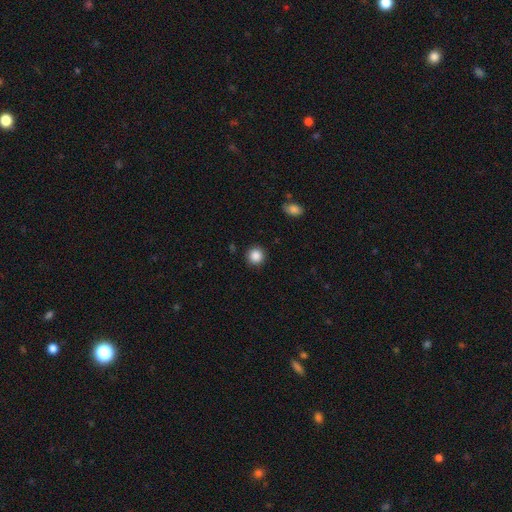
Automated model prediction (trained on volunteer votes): Overall: smooth (87%). How rounded: round (94%). Merging: none (91%).